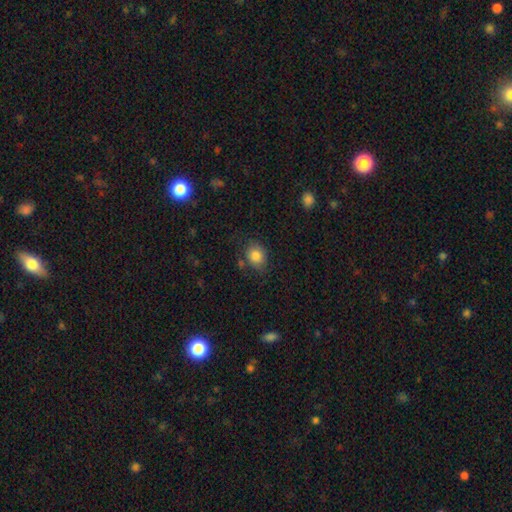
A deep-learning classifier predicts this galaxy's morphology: Overall: smooth (83%). How rounded: in between (51%; round 48%). Merging: none (70%).